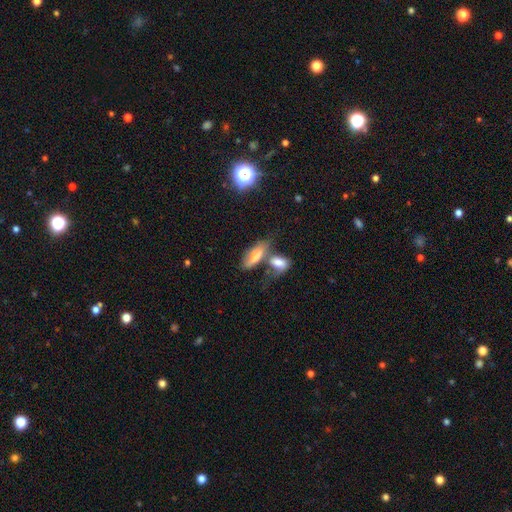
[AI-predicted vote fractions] smooth 61%, featured or disk 29%, star or artifact 10%. Down the decision tree: how rounded — in between (81%); merging — merger (54%).